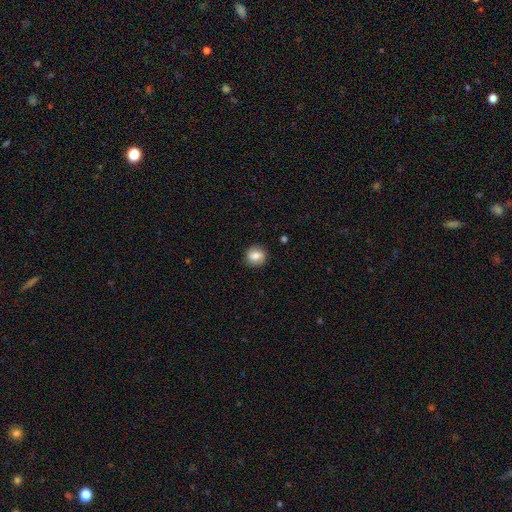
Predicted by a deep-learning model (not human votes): smooth 77%, featured or disk 14%, star or artifact 9%. Down the decision tree: how rounded — round (85%); merging — none (87%).